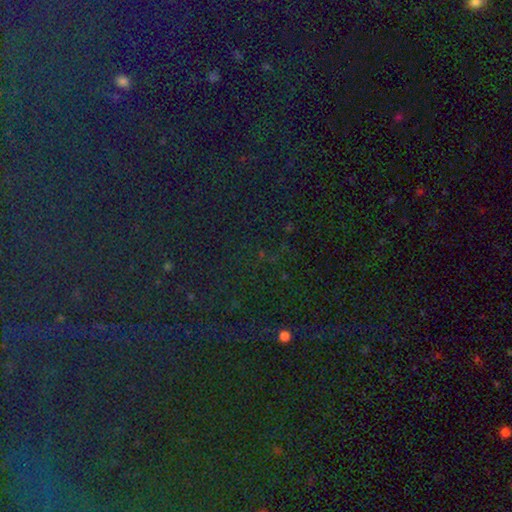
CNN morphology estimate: This is clearly a star or artifact rather than a galaxy (83%).